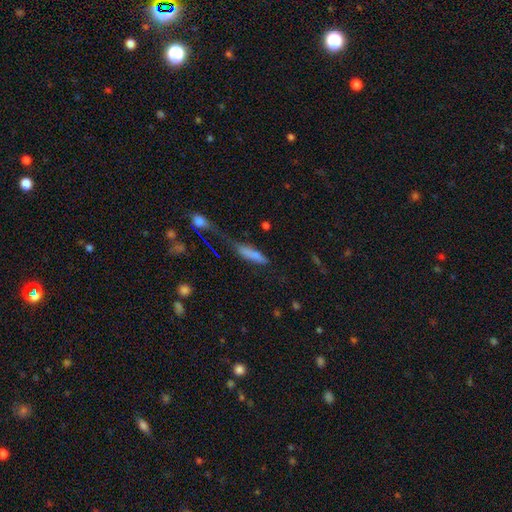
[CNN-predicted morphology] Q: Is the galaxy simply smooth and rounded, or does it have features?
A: smooth — 73%.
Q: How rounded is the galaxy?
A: cigar-shaped — 72%.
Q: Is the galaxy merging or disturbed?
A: none — 35%.